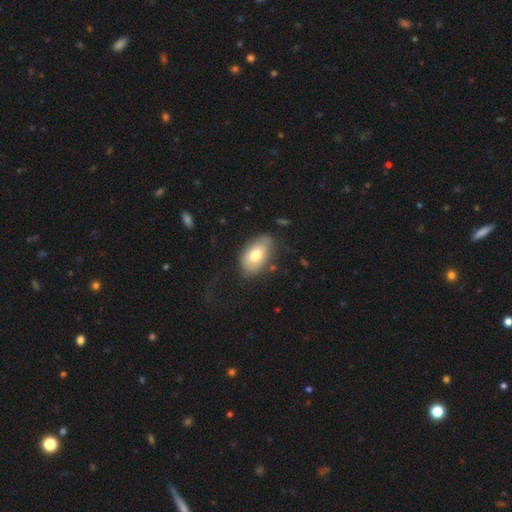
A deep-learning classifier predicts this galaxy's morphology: smooth-or-featured: smooth: 70% | featured or disk: 22% | star or artifact: 7%
  how-rounded: in between: 91% | round: 7% | cigar-shaped: 2%
  merging: none: 72% | minor disturbance: 19% | major disturbance: 7% | merger: 2%